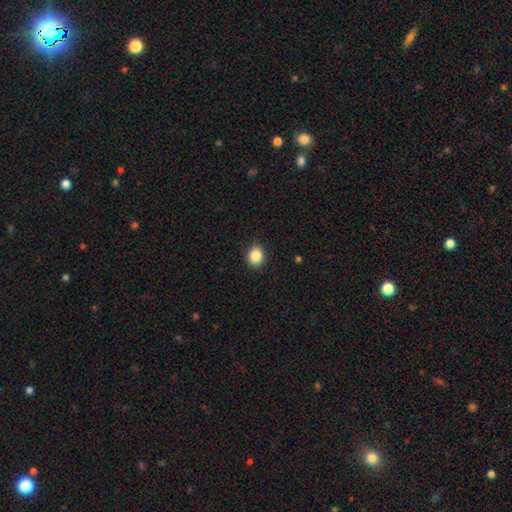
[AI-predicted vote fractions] Smooth or featured? smooth (86%)
How rounded? round (63%)
Merging? none (91%)